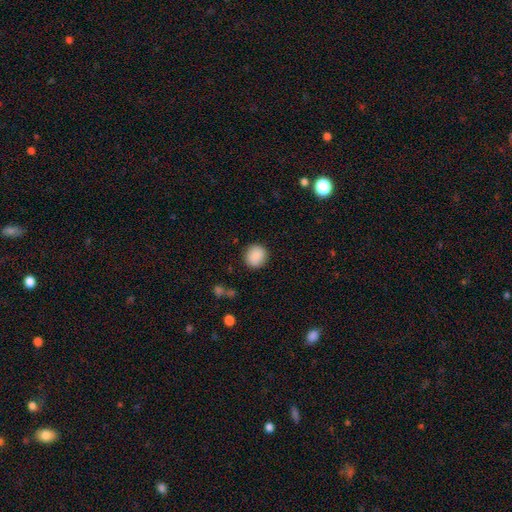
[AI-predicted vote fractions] A smooth galaxy with no disk features (89%) that is round (84%). Merging: none (89%).